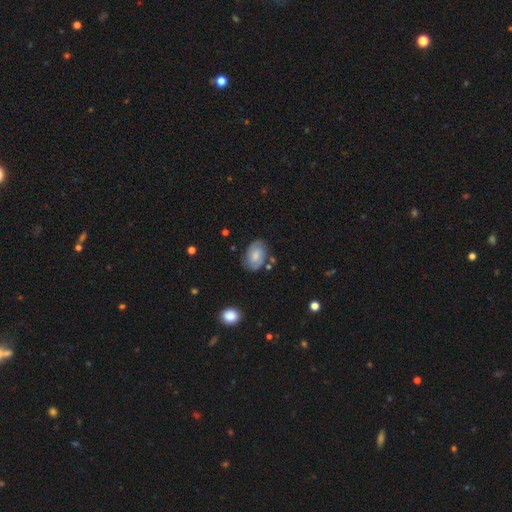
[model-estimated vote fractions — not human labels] smooth 53%, featured or disk 39%, star or artifact 8%. Down the decision tree: how rounded — in between (82%); merging — none (73%).